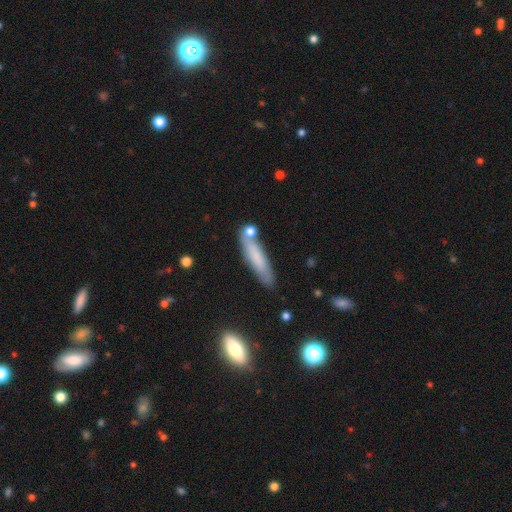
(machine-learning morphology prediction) smooth-or-featured: smooth: 70% | featured or disk: 23% | star or artifact: 7%
  how-rounded: cigar-shaped: 82% | in between: 16% | round: 2%
  merging: none: 75% | minor disturbance: 15% | merger: 8% | major disturbance: 3%